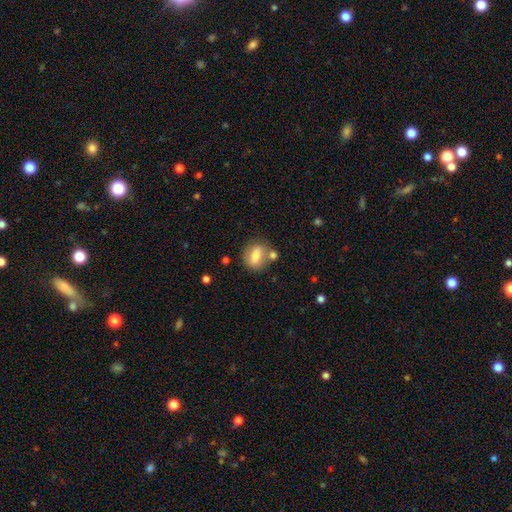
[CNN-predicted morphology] Smooth or featured? Predicted: smooth (p=0.70). How rounded? Predicted: in between (p=0.57). Merging? Predicted: none (p=0.65).